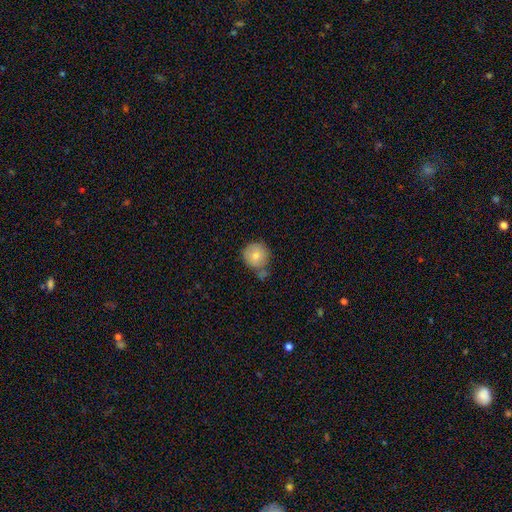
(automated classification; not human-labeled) Smooth or featured? Predicted: smooth (p=0.78). How rounded? Predicted: round (p=0.93). Merging? Predicted: none (p=0.60).